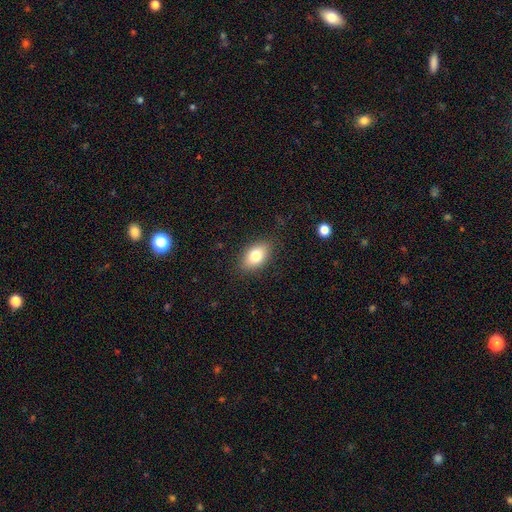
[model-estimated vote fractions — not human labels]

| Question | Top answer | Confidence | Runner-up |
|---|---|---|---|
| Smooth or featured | smooth | 79% | featured or disk (13%) |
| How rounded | in between | 88% | round (10%) |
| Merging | none | 84% | minor disturbance (11%) |